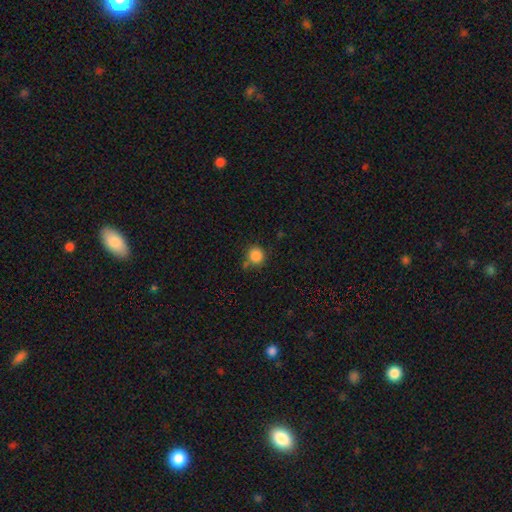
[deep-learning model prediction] Overall: smooth (86%). How rounded: round (90%). Merging: none (76%).